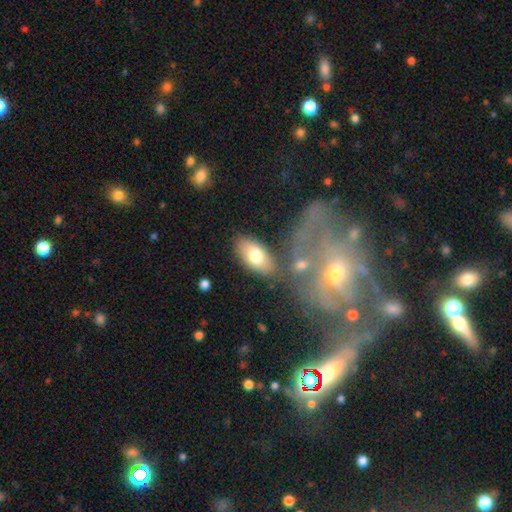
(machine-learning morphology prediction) Smooth or featured? smooth (73%)
How rounded? in between (91%)
Merging? none (70%)